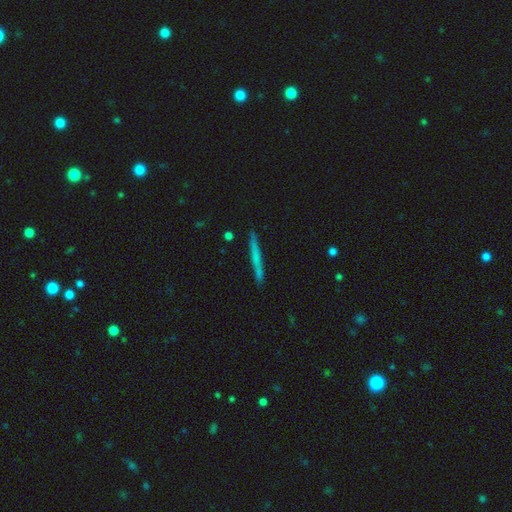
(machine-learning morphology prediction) Smooth or featured? Predicted: smooth (p=0.57). How rounded? Predicted: cigar-shaped (p=0.96). Merging? Predicted: none (p=0.88).